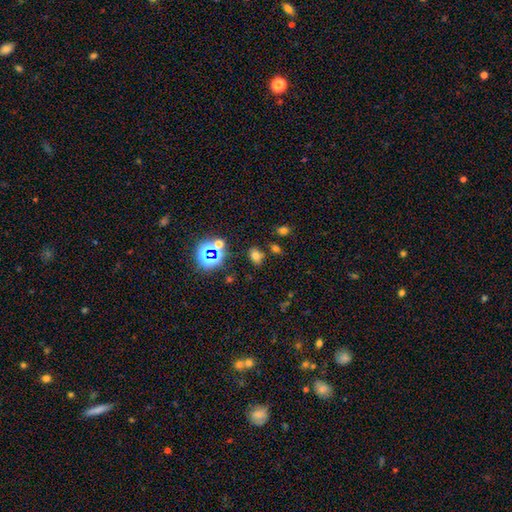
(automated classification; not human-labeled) smooth-or-featured: smooth: 63% | star or artifact: 28% | featured or disk: 9%
  how-rounded: in between: 71% | round: 27% | cigar-shaped: 2%
  merging: none: 74% | minor disturbance: 12% | merger: 9% | major disturbance: 4%